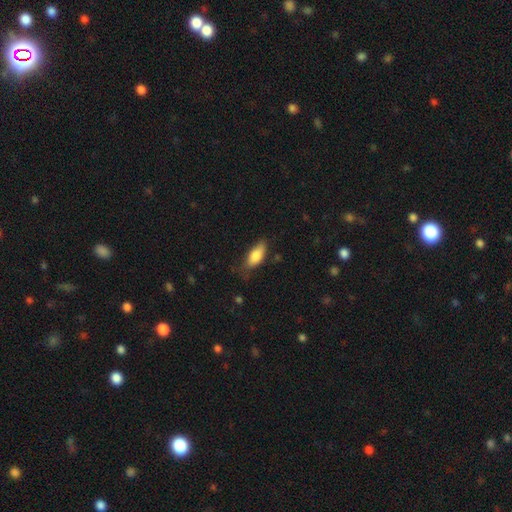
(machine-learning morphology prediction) type=smooth (79%); roundness=in between (79%); merging=none (62%).